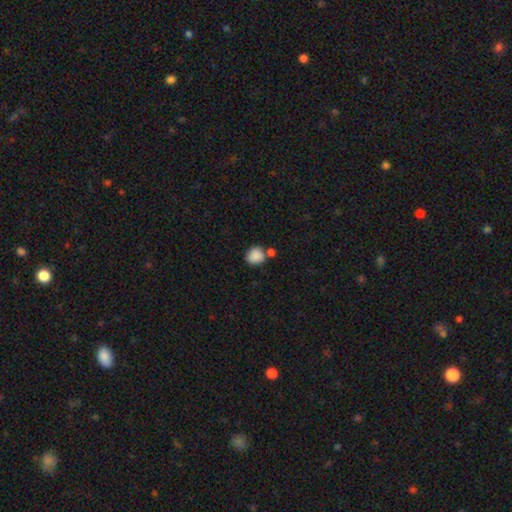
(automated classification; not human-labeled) smooth 87%, star or artifact 9%, featured or disk 4%. Down the decision tree: how rounded — round (77%); merging — none (60%).